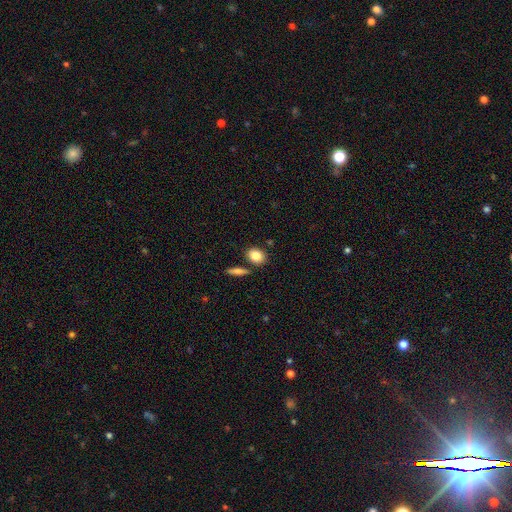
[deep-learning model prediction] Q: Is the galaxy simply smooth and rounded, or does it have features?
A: smooth — 83%.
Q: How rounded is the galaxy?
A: in between — 57%.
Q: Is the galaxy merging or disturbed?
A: none — 78%.